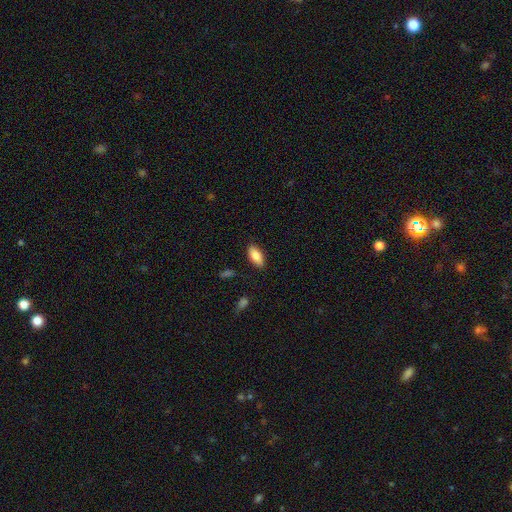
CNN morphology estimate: smooth-or-featured: smooth: 85% | featured or disk: 8% | star or artifact: 7%
  how-rounded: in between: 90% | cigar-shaped: 7% | round: 2%
  merging: none: 86% | minor disturbance: 10% | major disturbance: 2% | merger: 1%